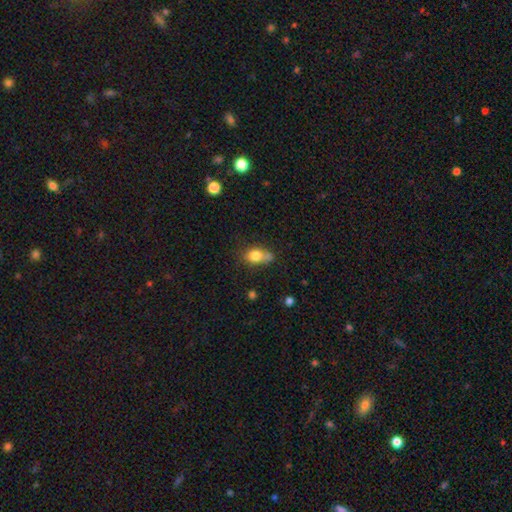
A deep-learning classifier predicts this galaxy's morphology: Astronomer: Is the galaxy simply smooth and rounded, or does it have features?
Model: smooth — 78%.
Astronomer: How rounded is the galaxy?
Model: in between — 67%.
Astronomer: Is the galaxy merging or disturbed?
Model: none — 45% (runner-up: minor disturbance, 25%).